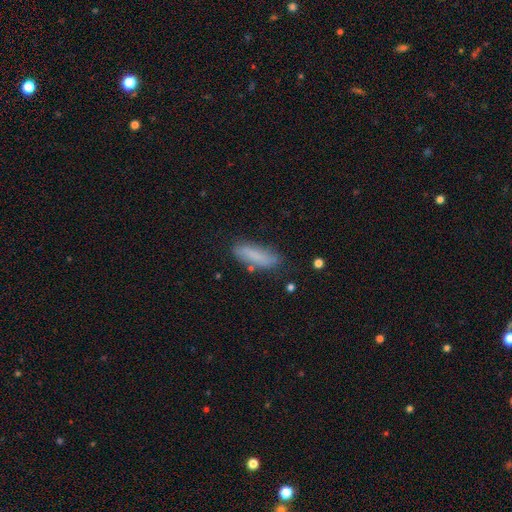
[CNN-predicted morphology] Smooth or featured?
  - smooth: 76% *
  - featured or disk: 16%
  - star or artifact: 8%
How rounded?
  - cigar-shaped: 50% *
  - in between: 48%
  - round: 2%
Merging?
  - none: 72% *
  - minor disturbance: 19%
  - major disturbance: 5%
  - merger: 3%